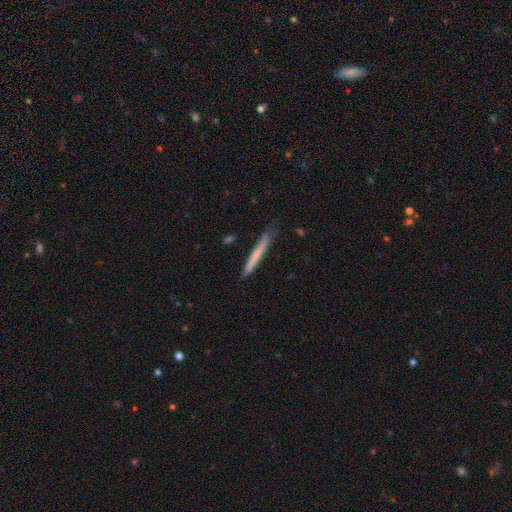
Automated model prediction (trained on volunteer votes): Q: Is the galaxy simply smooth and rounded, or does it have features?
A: smooth — 66%.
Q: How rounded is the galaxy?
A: cigar-shaped — 97%.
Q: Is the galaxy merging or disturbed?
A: none — 79%.